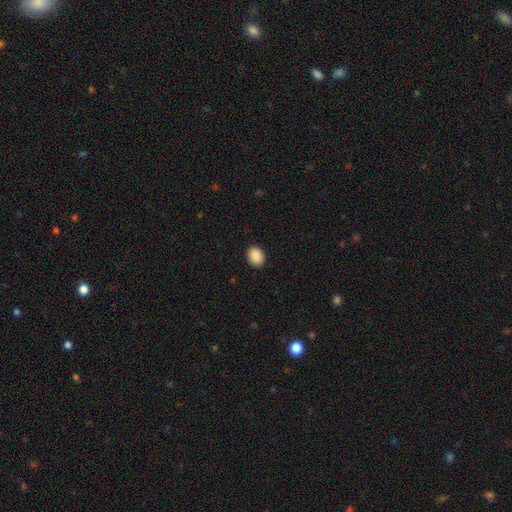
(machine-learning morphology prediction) Smooth or featured?
  - smooth: 90% *
  - star or artifact: 8%
  - featured or disk: 2%
How rounded?
  - in between: 60% *
  - round: 39%
  - cigar-shaped: 1%
Merging?
  - none: 90% *
  - minor disturbance: 7%
  - major disturbance: 2%
  - merger: 1%